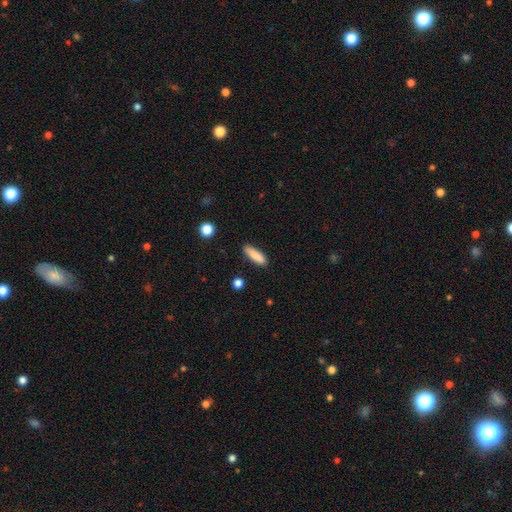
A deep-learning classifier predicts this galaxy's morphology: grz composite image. It shows a smooth galaxy with no disk features (85%) that is cigar-shaped (61%). Merging: none (87%).